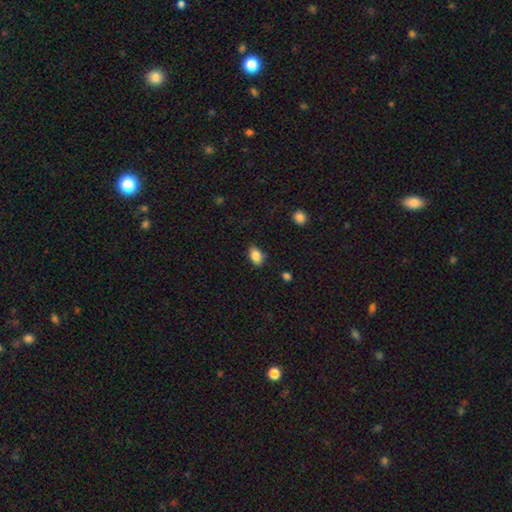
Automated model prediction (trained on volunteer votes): smooth 86%, star or artifact 8%, featured or disk 5%. Down the decision tree: how rounded — in between (86%); merging — none (82%).